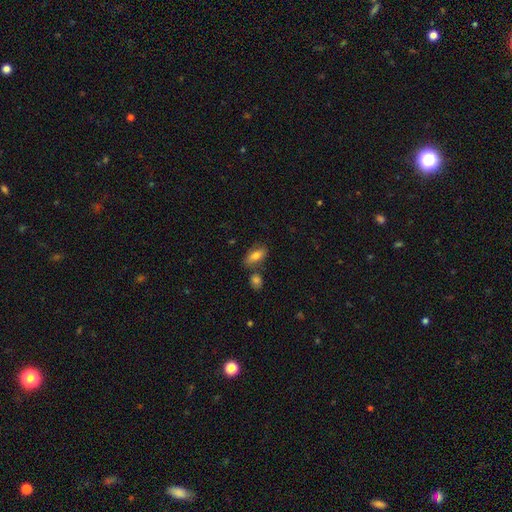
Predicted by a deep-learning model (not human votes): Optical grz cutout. It shows a smooth galaxy with no disk features (76%) that is in between round and cigar-shaped (85%). Merging: none (71%).